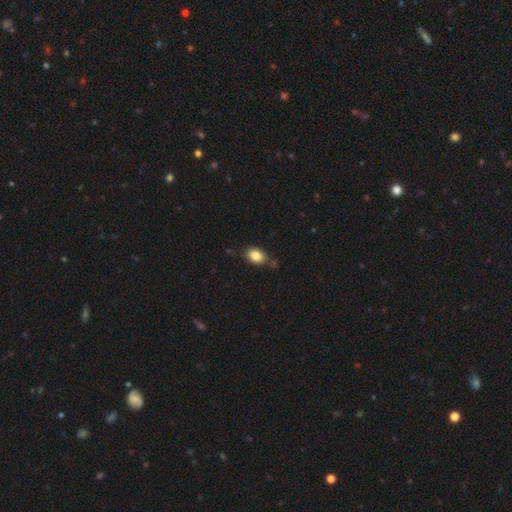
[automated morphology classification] Overall: smooth (84%). How rounded: in between (78%). Merging: none (73%).